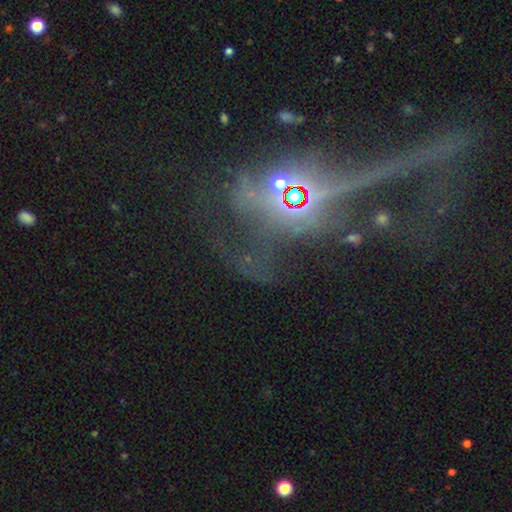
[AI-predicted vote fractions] Smooth or featured: star or artifact — 46% (featured or disk — 41%)